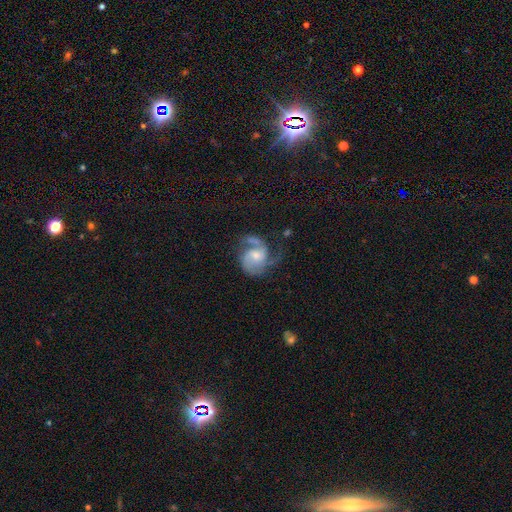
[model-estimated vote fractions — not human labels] Smooth or featured?
  - featured or disk: 83% *
  - smooth: 11%
  - star or artifact: 6%
Edge-on disk?
  - no: 98% *
  - yes: 2%
Bar?
  - no: 57% *
  - weak: 37%
  - strong: 6%
Spiral arms?
  - yes: 96% *
  - no: 4%
Spiral winding?
  - medium: 53% *
  - tight: 26%
  - loose: 21%
Spiral arm count?
  - 2: 70% *
  - 3: 12%
  - can't tell: 7%
  - 1: 7%
  - 4: 2%
  - more than 4: 2%
Bulge size?
  - moderate: 48% *
  - small: 39%
  - large: 6%
  - none: 6%
  - dominant: 1%
Merging?
  - none: 49% *
  - minor disturbance: 23%
  - major disturbance: 22%
  - merger: 6%